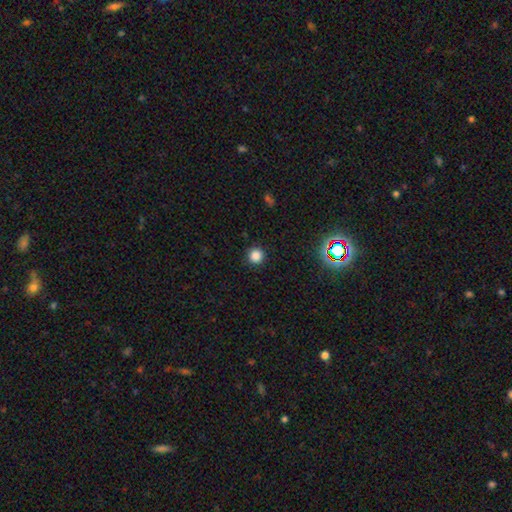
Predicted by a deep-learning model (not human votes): Overall: smooth (84%). How rounded: round (95%). Merging: none (92%).